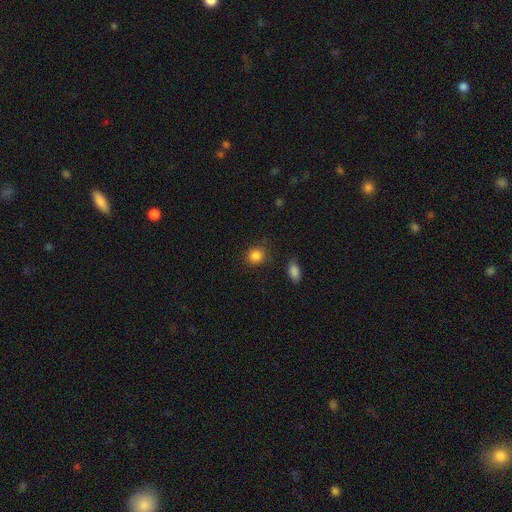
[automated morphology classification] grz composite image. It shows a smooth galaxy with no disk features (86%) that is round (81%). Merging: none (83%).